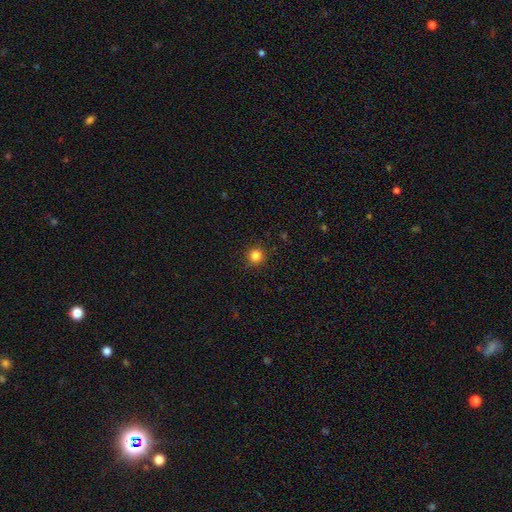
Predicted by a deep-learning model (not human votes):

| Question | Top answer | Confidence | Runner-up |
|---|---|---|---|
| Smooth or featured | smooth | 83% | star or artifact (13%) |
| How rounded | round | 95% | in between (4%) |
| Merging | none | 91% | minor disturbance (6%) |